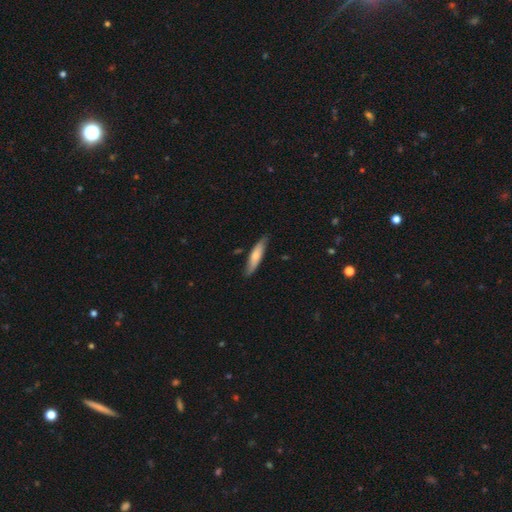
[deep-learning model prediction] Smooth or featured?
  - smooth: 65% *
  - featured or disk: 30%
  - star or artifact: 5%
How rounded?
  - cigar-shaped: 75% *
  - in between: 23%
  - round: 2%
Merging?
  - none: 80% *
  - minor disturbance: 16%
  - major disturbance: 2%
  - merger: 2%